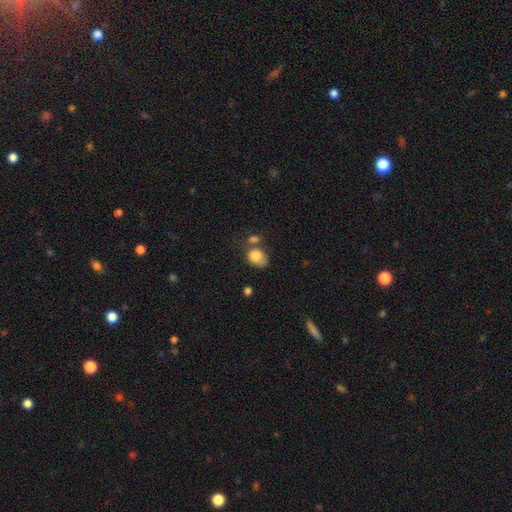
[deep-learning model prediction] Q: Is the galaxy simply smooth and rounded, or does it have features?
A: smooth — 83%.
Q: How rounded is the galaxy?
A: in between — 57%.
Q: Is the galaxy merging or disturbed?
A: none — 38%.